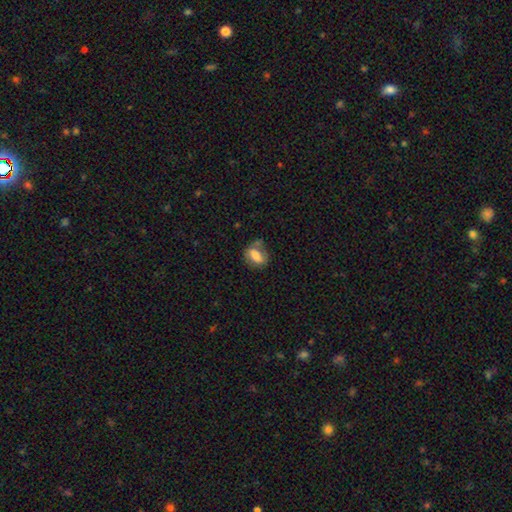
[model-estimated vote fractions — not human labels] This appears to be a smooth galaxy with no disk features (66%) that is in between round and cigar-shaped (77%). Merging: none (54%).